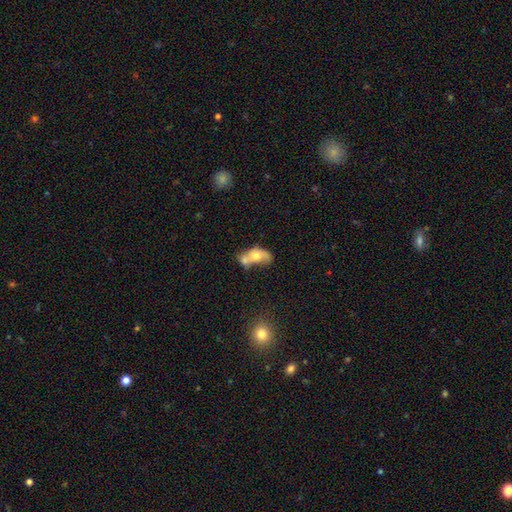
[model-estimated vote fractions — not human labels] Smooth or featured: smooth — 58% (featured or disk — 33%)
How rounded: in between — 81% (round — 14%)
Merging: merger — 60% (none — 18%)